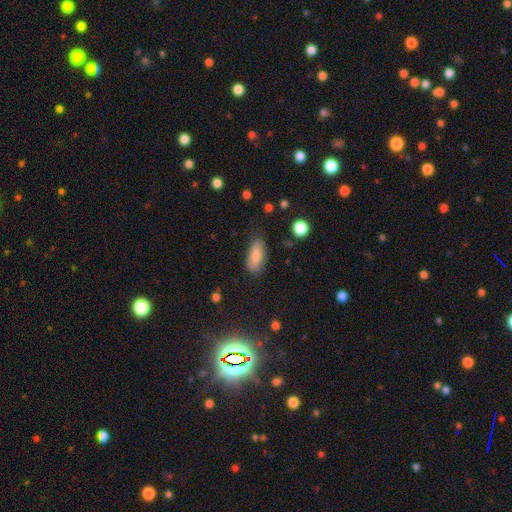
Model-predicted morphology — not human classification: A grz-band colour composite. It shows a smooth galaxy with no disk features (80%) that is in between round and cigar-shaped (85%). Merging: none (73%).